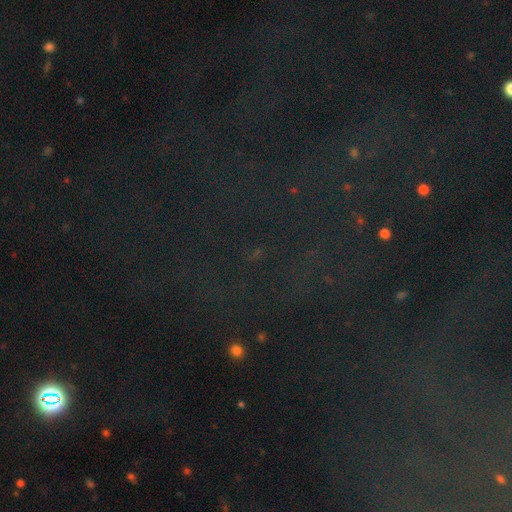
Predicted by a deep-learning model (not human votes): The model was most divided on "smooth or featured": star or artifact: 80%, smooth: 11%, featured or disk: 9%.